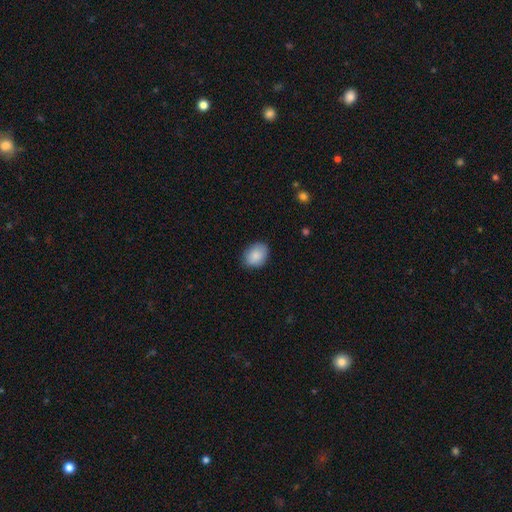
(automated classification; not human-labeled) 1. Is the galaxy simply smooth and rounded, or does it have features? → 87% smooth, 7% star or artifact, 6% featured or disk.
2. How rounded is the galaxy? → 65% in between, 34% round, 1% cigar-shaped.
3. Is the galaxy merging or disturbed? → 82% none, 14% minor disturbance, 3% major disturbance, 1% merger.